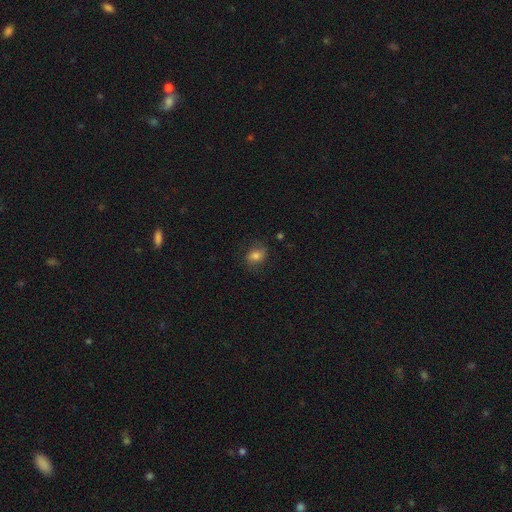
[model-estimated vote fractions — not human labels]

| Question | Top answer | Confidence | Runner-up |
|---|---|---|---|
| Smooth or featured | smooth | 76% | featured or disk (13%) |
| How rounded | in between | 61% | round (38%) |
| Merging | none | 75% | minor disturbance (18%) |